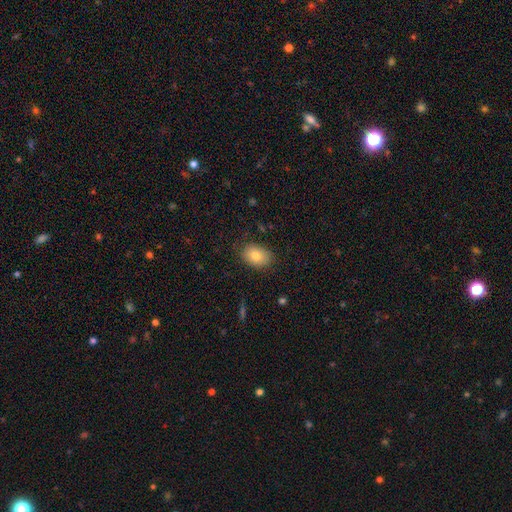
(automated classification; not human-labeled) The model was most divided on "how rounded": in between: 76%, round: 23%, cigar-shaped: 1%. More confident: merging — none (84%); smooth or featured — smooth (81%).